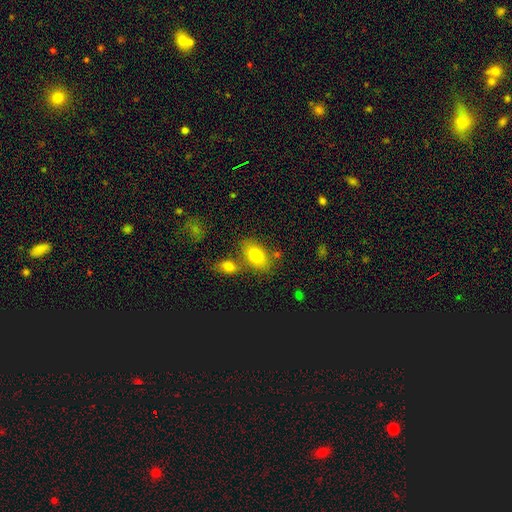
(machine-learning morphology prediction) Smooth or featured? Predicted: smooth (p=0.79). How rounded? Predicted: in between (p=0.88). Merging? Predicted: none (p=0.59).